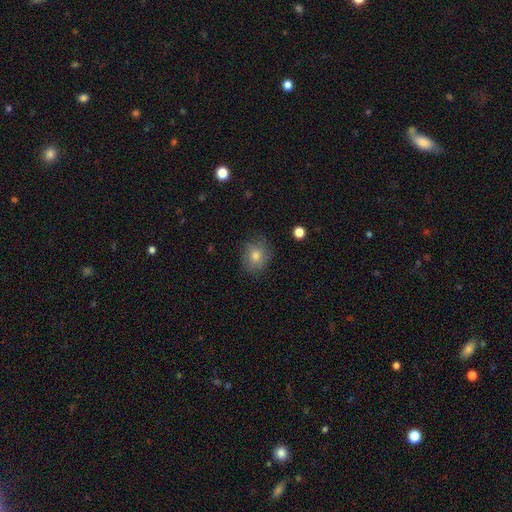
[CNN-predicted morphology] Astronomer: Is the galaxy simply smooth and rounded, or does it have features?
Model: smooth — 69%.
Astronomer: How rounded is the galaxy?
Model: round — 65%.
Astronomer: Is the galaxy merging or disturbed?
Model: none — 74%.